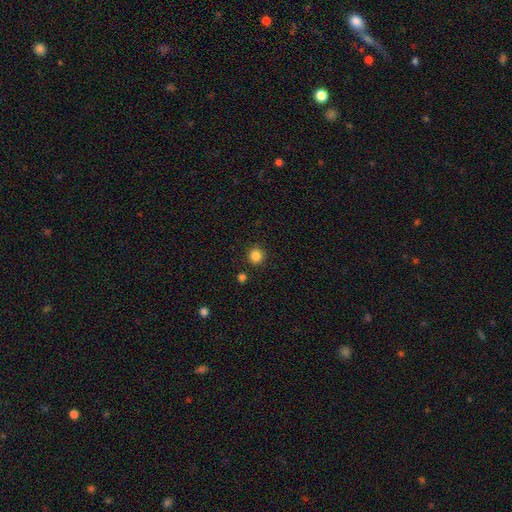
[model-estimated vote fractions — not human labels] Smooth or featured? Predicted: smooth (p=0.84). How rounded? Predicted: round (p=0.95). Merging? Predicted: none (p=0.91).